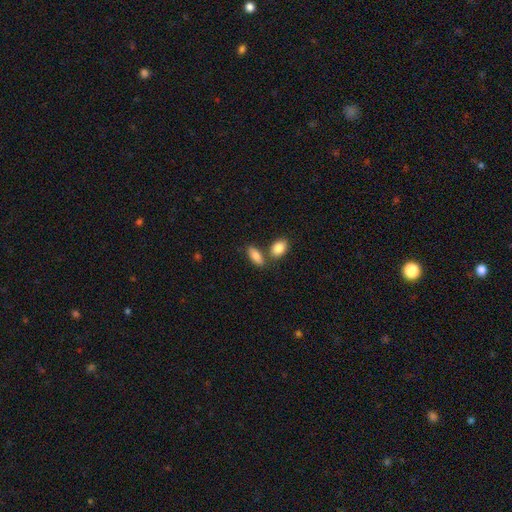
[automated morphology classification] smooth 82%, featured or disk 11%, star or artifact 7%. Down the decision tree: how rounded — in between (81%); merging — none (63%).